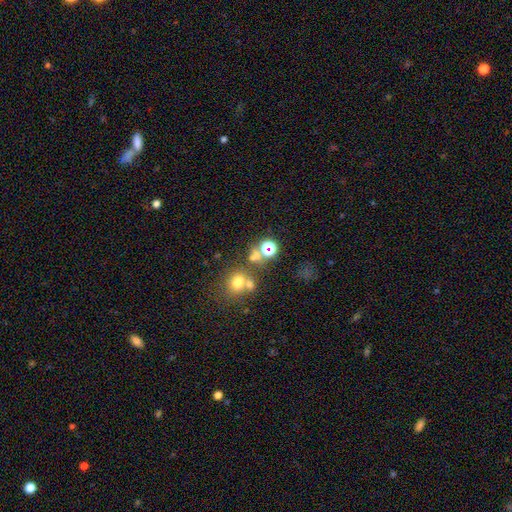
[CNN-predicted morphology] This appears to be a smooth galaxy with no disk features (55%) that is round (74%). Merging: none (56%).